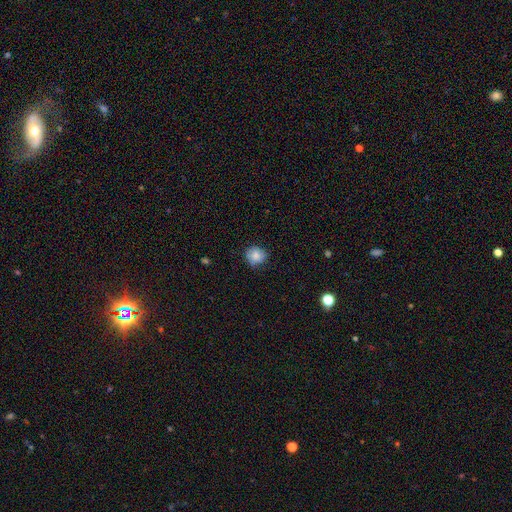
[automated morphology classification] Smooth or featured? smooth (82%)
How rounded? round (85%)
Merging? none (76%)